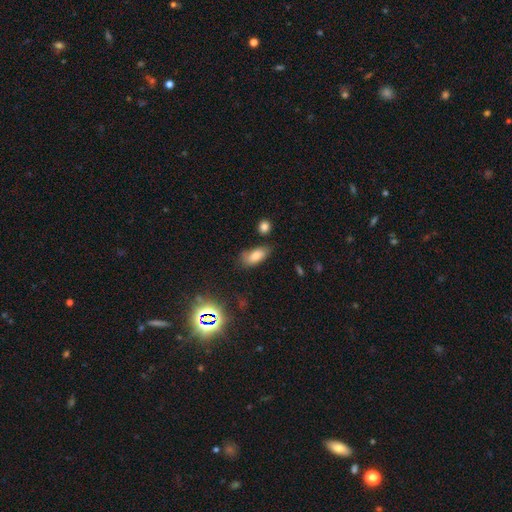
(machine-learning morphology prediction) Q: Smooth or featured?
A: smooth (77%); runner-up: featured or disk (12%)
Q: How rounded?
A: in between (87%); runner-up: cigar-shaped (9%)
Q: Merging?
A: none (63%); runner-up: minor disturbance (25%)